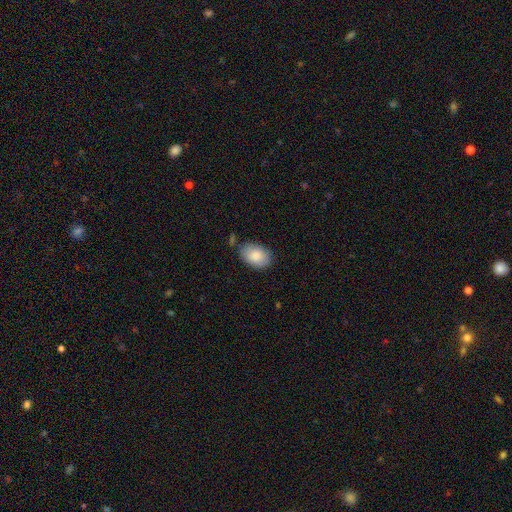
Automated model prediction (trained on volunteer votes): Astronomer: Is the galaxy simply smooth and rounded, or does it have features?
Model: smooth — 86%.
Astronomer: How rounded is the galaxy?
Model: in between — 87%.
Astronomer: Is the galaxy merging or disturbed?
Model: none — 77%.